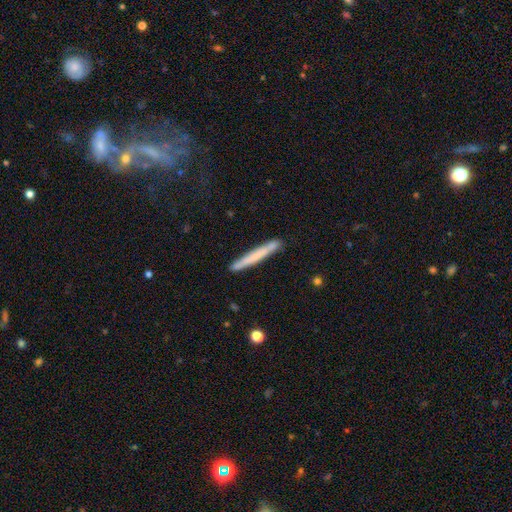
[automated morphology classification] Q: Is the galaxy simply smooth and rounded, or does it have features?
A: smooth — 61%.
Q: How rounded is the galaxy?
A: cigar-shaped — 97%.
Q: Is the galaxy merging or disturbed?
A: none — 86%.